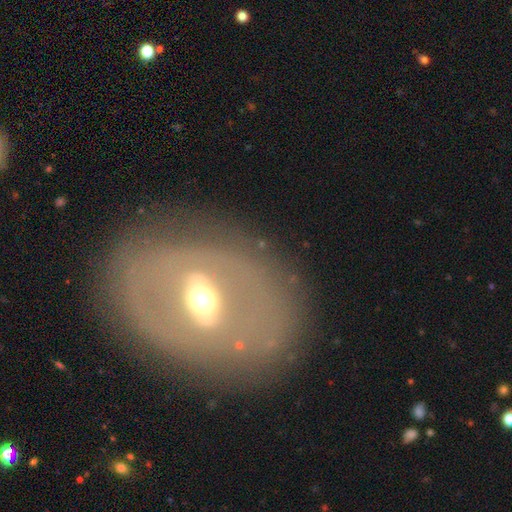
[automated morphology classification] A featured or disk galaxy (70%) with a weak bar (40%), no spiral arms (72%) and a moderate central bulge (68%). Merging: none (77%).